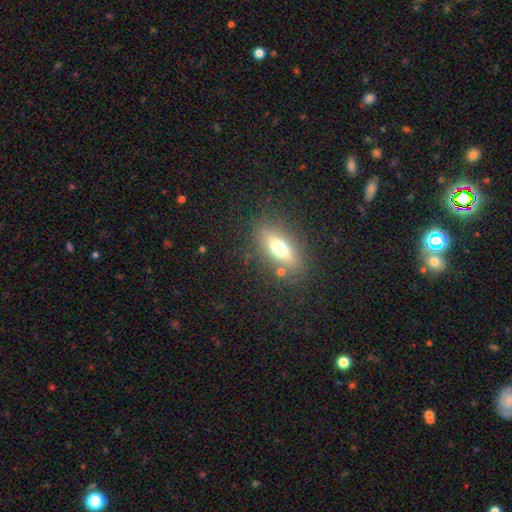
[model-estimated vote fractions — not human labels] This appears to be a smooth galaxy with no disk features (53%) that is in between round and cigar-shaped (65%). Merging: none (83%).